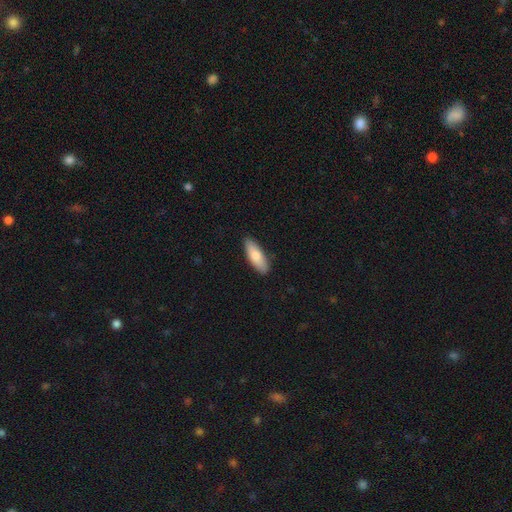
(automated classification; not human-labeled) Overall: smooth (77%). How rounded: in between (63%; cigar-shaped 35%). Merging: none (88%).